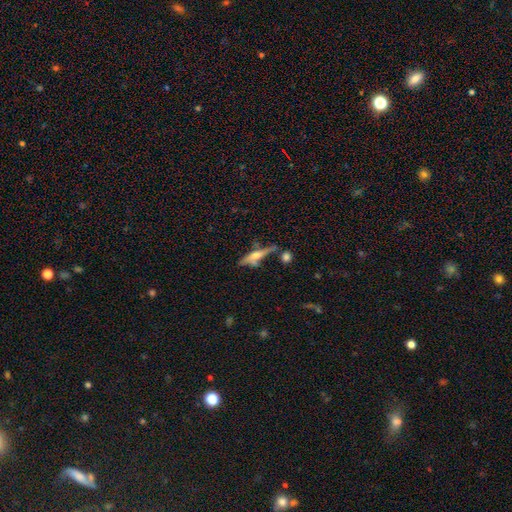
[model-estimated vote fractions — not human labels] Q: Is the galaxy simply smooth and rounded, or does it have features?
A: featured or disk — 57%.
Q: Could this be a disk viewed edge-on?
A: yes — 88%.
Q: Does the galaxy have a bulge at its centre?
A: rounded — 82%.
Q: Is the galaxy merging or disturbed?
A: none — 56%.